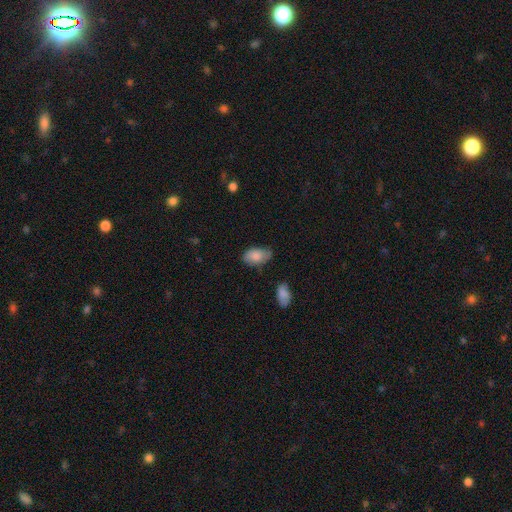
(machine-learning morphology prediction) Smooth or featured? Predicted: smooth (p=0.77). How rounded? Predicted: in between (p=0.91). Merging? Predicted: none (p=0.56).